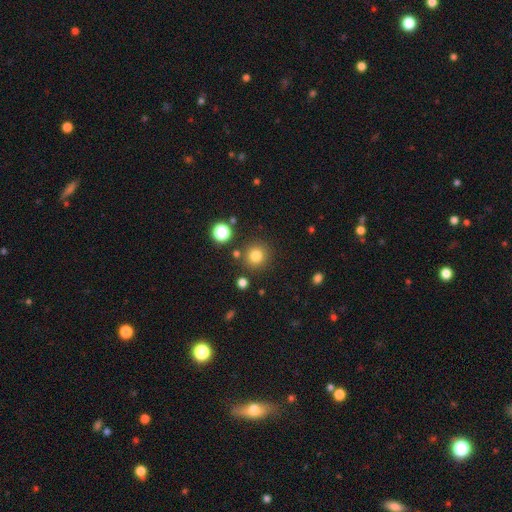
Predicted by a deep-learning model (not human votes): Smooth or featured? smooth (81%)
How rounded? round (93%)
Merging? none (85%)